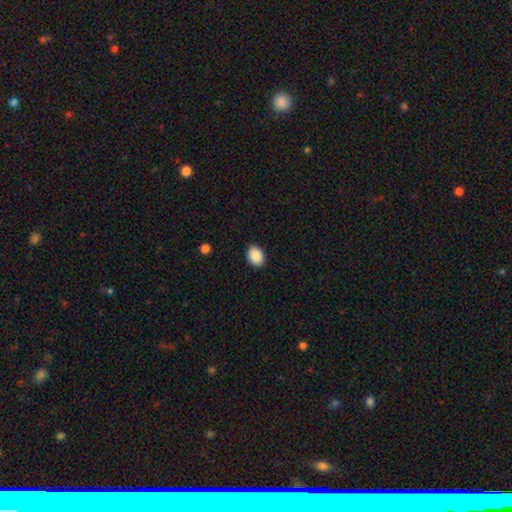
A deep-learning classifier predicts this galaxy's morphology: A smooth galaxy with no disk features (89%) that is in between round and cigar-shaped (73%).

Vote fractions:
- Smooth or featured? smooth: 89% / star or artifact: 7% / featured or disk: 3%
- How rounded? in between: 73% / round: 26% / cigar-shaped: 1%
- Merging? none: 89% / minor disturbance: 8% / major disturbance: 2% / merger: 1%